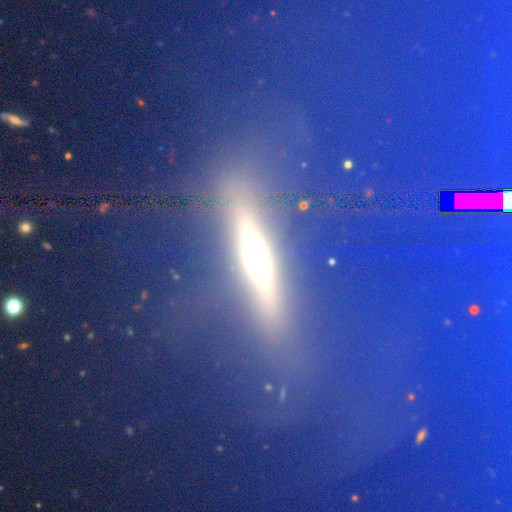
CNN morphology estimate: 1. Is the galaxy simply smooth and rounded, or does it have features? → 62% featured or disk, 20% smooth, 18% star or artifact.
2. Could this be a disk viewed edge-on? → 78% yes, 22% no.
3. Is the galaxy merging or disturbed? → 65% none, 15% major disturbance, 15% minor disturbance, 6% merger.